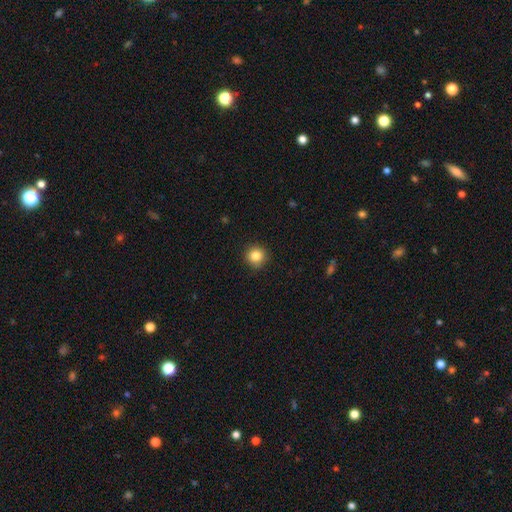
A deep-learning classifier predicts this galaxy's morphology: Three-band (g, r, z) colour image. It shows a smooth galaxy with no disk features (84%) that is round (94%). Merging: none (92%).